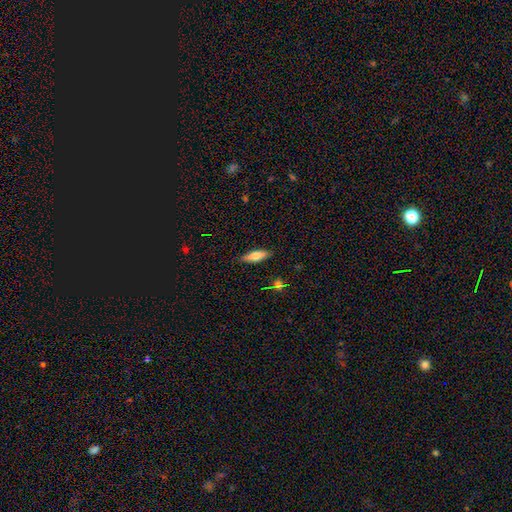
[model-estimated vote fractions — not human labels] smooth-or-featured: smooth: 69% | featured or disk: 25% | star or artifact: 7%
  how-rounded: cigar-shaped: 54% | in between: 44% | round: 2%
  merging: none: 86% | minor disturbance: 10% | major disturbance: 2% | merger: 2%